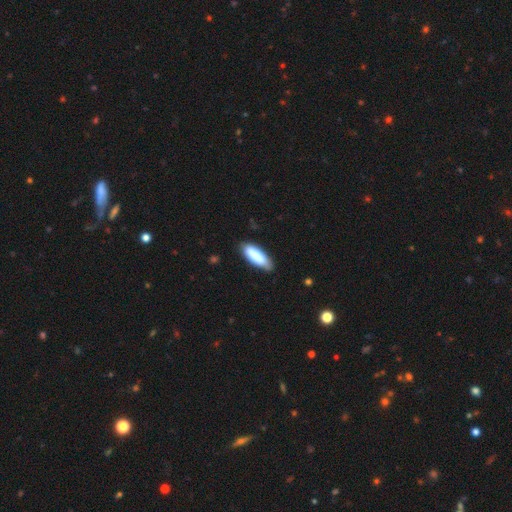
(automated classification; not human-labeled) This appears to be a smooth galaxy with no disk features (83%) that is in between round and cigar-shaped (66%). Merging: none (81%).